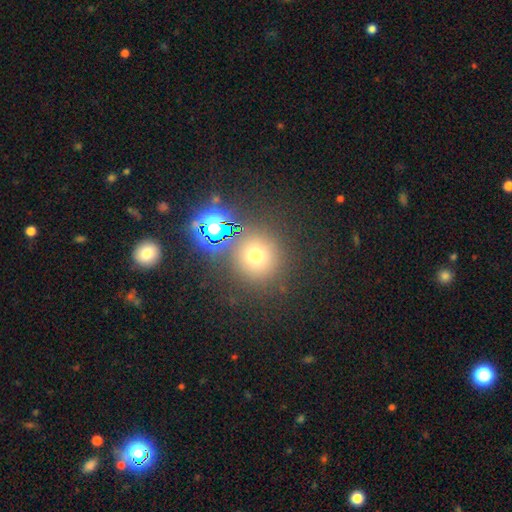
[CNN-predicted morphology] smooth_or_featured: smooth (p=0.64) [alt: star or artifact p=0.28]
how_rounded: round (p=0.91) [alt: in between p=0.07]
merging: none (p=0.81) [alt: minor disturbance p=0.08]